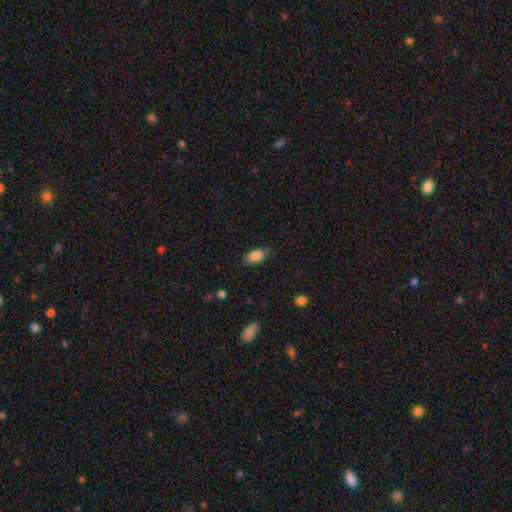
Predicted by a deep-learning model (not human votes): smooth-or-featured: smooth: 85% | star or artifact: 8% | featured or disk: 7%
  how-rounded: in between: 89% | cigar-shaped: 7% | round: 4%
  merging: none: 80% | minor disturbance: 15% | major disturbance: 3% | merger: 1%